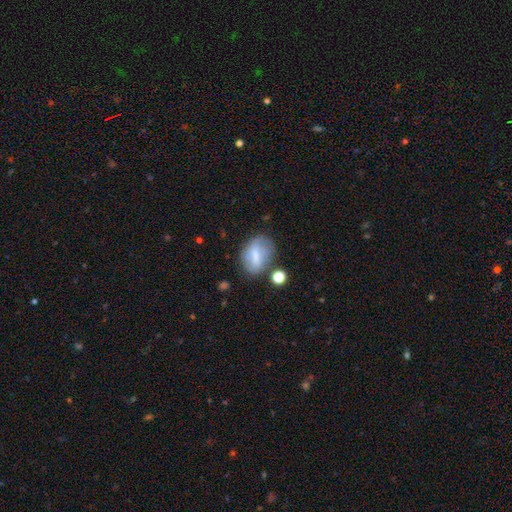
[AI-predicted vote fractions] Smooth or featured?
  - smooth: 61% *
  - featured or disk: 29%
  - star or artifact: 10%
How rounded?
  - in between: 73% *
  - round: 24%
  - cigar-shaped: 3%
Merging?
  - none: 56% *
  - minor disturbance: 25%
  - major disturbance: 11%
  - merger: 8%